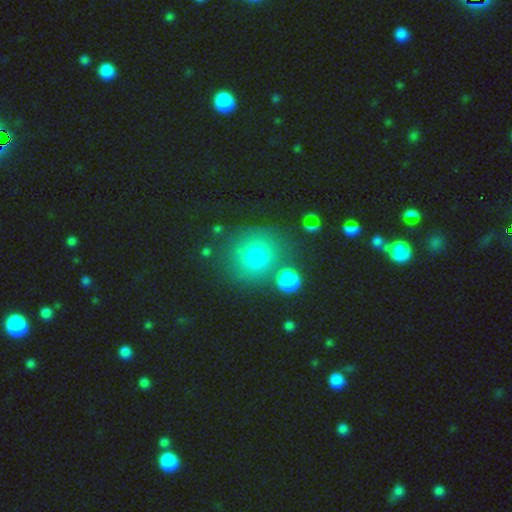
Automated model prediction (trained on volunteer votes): Overall: smooth (75%). How rounded: round (82%). Merging: none (72%).